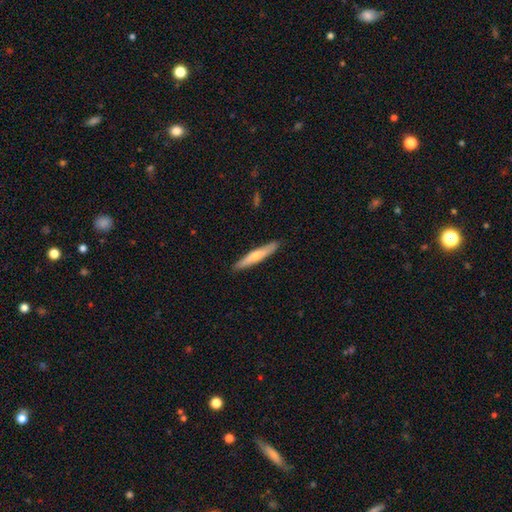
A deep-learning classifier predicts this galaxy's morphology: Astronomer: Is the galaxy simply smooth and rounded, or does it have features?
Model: smooth — 57% (runner-up: featured or disk, 38%).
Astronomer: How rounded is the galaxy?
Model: cigar-shaped — 91%.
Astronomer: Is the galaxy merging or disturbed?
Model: none — 89%.